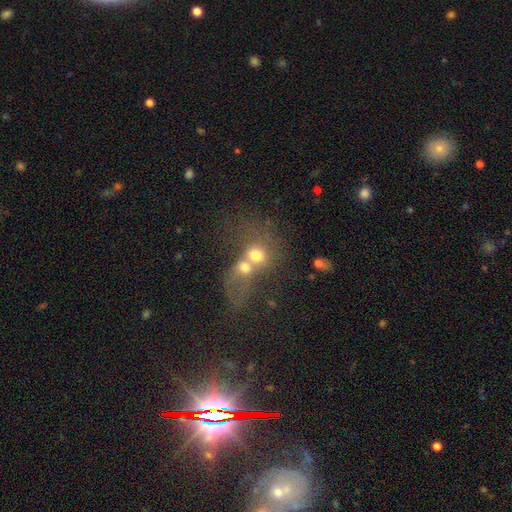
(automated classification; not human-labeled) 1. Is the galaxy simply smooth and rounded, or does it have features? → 60% smooth, 25% featured or disk, 15% star or artifact.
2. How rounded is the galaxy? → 63% round, 36% in between, 2% cigar-shaped.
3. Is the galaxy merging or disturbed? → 73% merger, 14% none, 9% major disturbance, 5% minor disturbance.